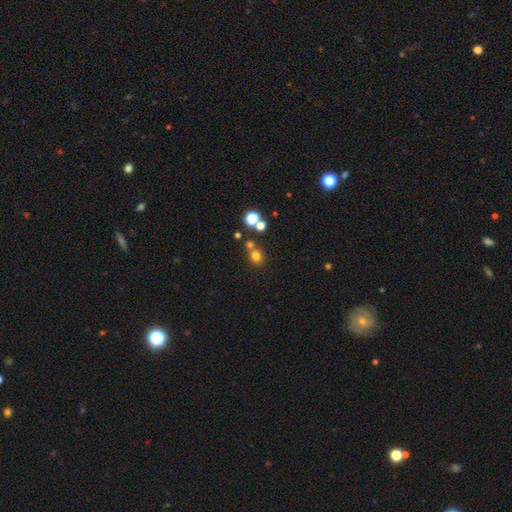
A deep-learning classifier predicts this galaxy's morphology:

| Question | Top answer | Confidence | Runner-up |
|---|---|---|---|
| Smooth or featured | smooth | 72% | star or artifact (20%) |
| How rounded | round | 79% | in between (19%) |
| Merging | none | 62% | merger (24%) |